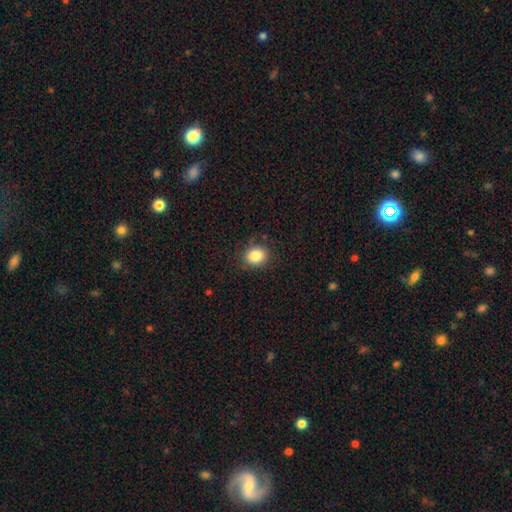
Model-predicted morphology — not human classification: Smooth or featured: smooth — 85% (star or artifact — 10%)
How rounded: round — 69% (in between — 30%)
Merging: none — 84% (minor disturbance — 11%)